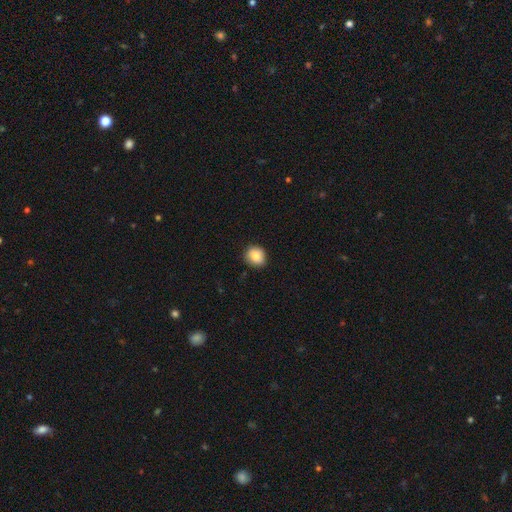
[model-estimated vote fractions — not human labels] Q: Smooth or featured?
A: smooth (85%); runner-up: star or artifact (8%)
Q: How rounded?
A: round (76%); runner-up: in between (23%)
Q: Merging?
A: none (84%); runner-up: minor disturbance (12%)